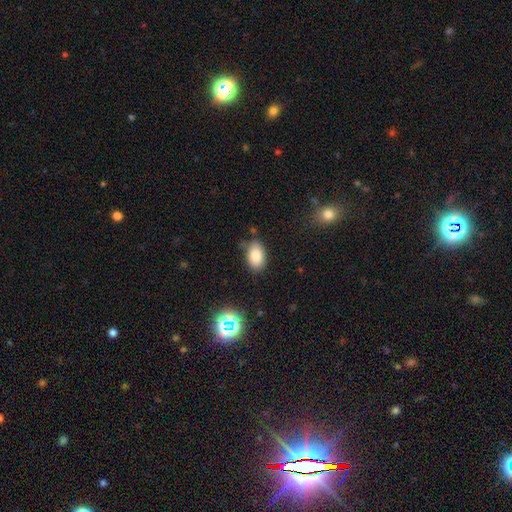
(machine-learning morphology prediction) This is clearly a smooth galaxy (83%). How rounded: clearly in between (91%). Merging: likely none (79%).